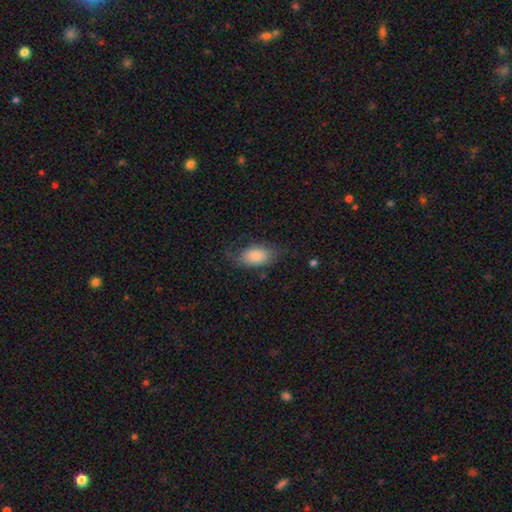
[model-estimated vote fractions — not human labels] A smooth galaxy with no disk features (73%) that is in between round and cigar-shaped (92%).

Vote fractions:
- Smooth or featured? smooth: 73% / featured or disk: 19% / star or artifact: 7%
- How rounded? in between: 92% / round: 5% / cigar-shaped: 2%
- Merging? none: 51% / minor disturbance: 27% / major disturbance: 20% / merger: 2%